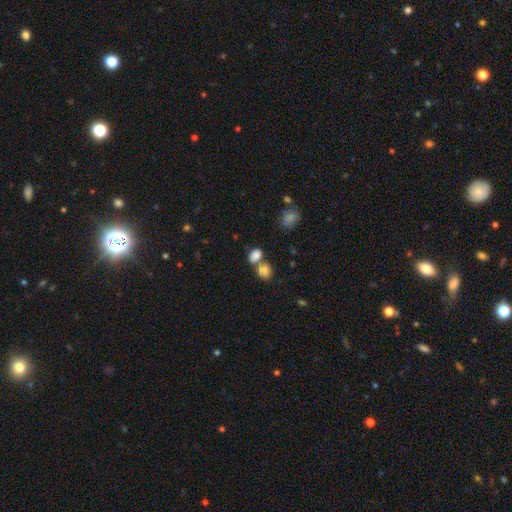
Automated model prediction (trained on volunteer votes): Q: Smooth or featured?
A: smooth (83%); runner-up: star or artifact (10%)
Q: How rounded?
A: in between (65%); runner-up: round (34%)
Q: Merging?
A: merger (48%); runner-up: none (40%)